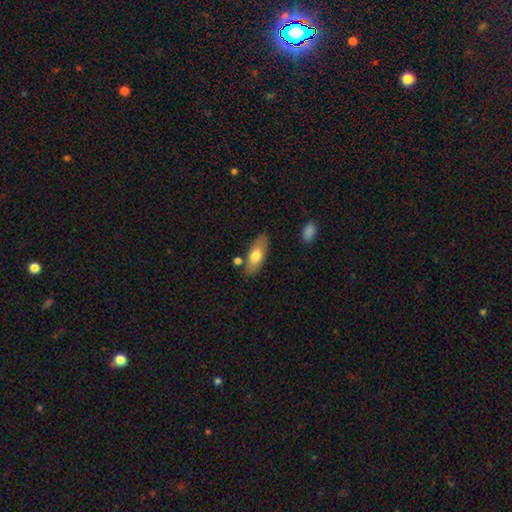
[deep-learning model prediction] This is likely a smooth galaxy (69%). How rounded: likely in between (78%). Merging: clearly none (80%).